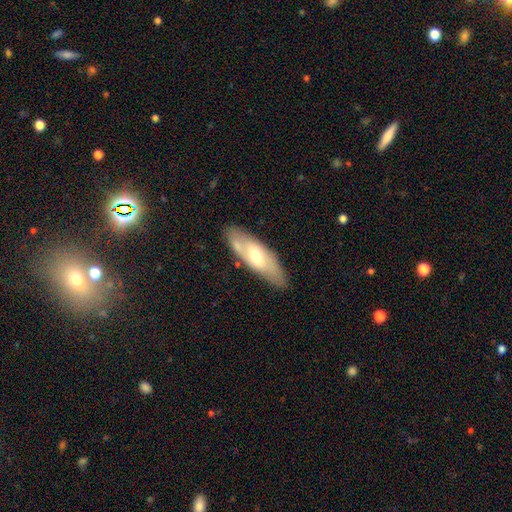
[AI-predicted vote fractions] This is possibly a featured or disk galaxy (50%). Merging: likely none (80%).